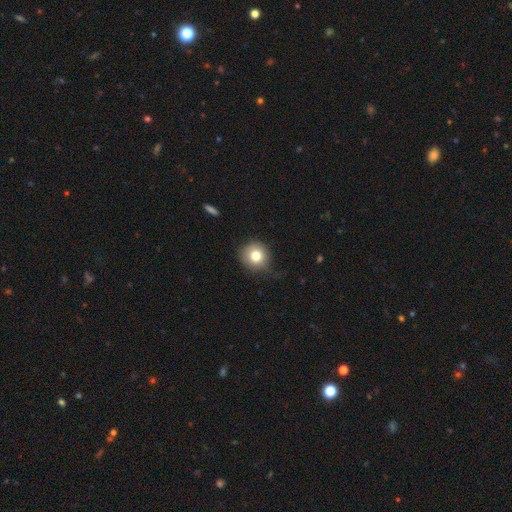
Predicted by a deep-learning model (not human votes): smooth-or-featured: smooth: 78% | featured or disk: 11% | star or artifact: 11%
  how-rounded: round: 90% | in between: 9% | cigar-shaped: 1%
  merging: none: 71% | minor disturbance: 22% | major disturbance: 6% | merger: 2%